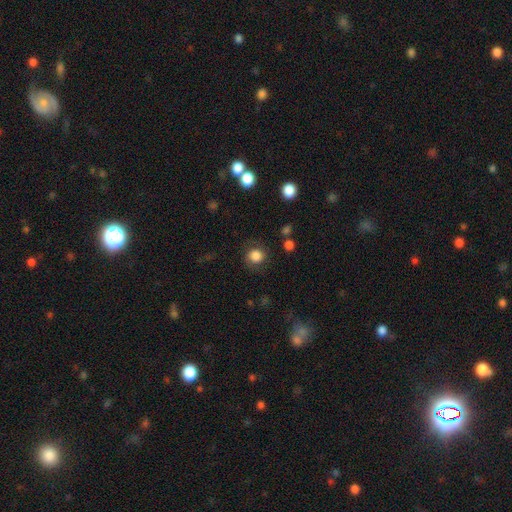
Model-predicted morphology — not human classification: Smooth or featured? smooth (79%)
How rounded? round (86%)
Merging? none (77%)